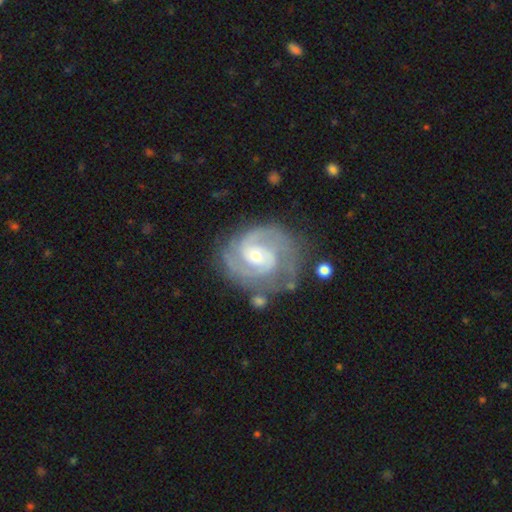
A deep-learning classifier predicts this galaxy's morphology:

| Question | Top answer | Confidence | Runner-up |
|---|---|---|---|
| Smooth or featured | featured or disk | 90% | smooth (5%) |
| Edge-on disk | no | 98% | yes (2%) |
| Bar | no | 44% | tied: weak (44%) |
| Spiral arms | yes | 98% | no (2%) |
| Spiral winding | tight | 54% | medium (40%) |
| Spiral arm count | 2 | 61% | 3 (20%) |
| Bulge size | small | 55% | moderate (42%) |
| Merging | none | 70% | minor disturbance (18%) |